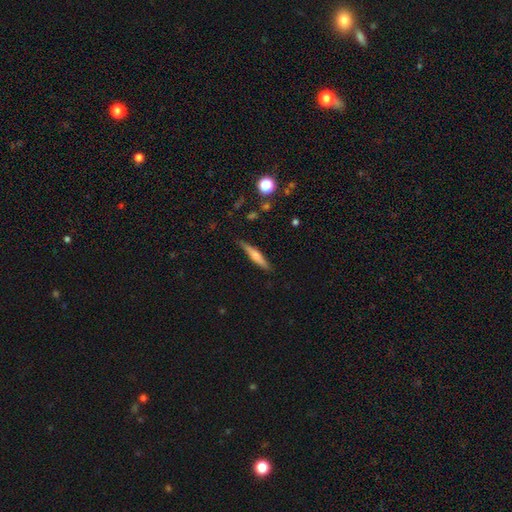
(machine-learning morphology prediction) type=featured or disk (48%); merging=none (87%).